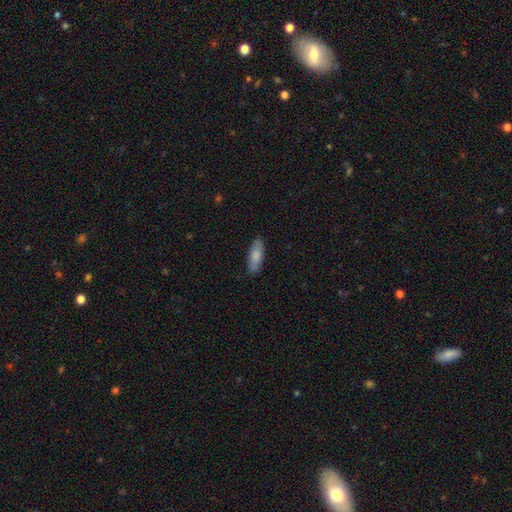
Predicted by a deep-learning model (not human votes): Q: Smooth or featured?
A: smooth (82%); runner-up: featured or disk (12%)
Q: How rounded?
A: in between (69%); runner-up: cigar-shaped (30%)
Q: Merging?
A: none (87%); runner-up: minor disturbance (10%)